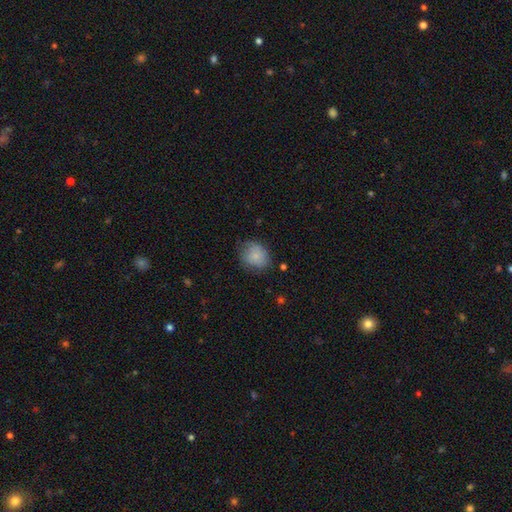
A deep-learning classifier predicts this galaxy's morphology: smooth 79%, featured or disk 13%, star or artifact 8%. Down the decision tree: how rounded — round (66%); merging — none (64%).